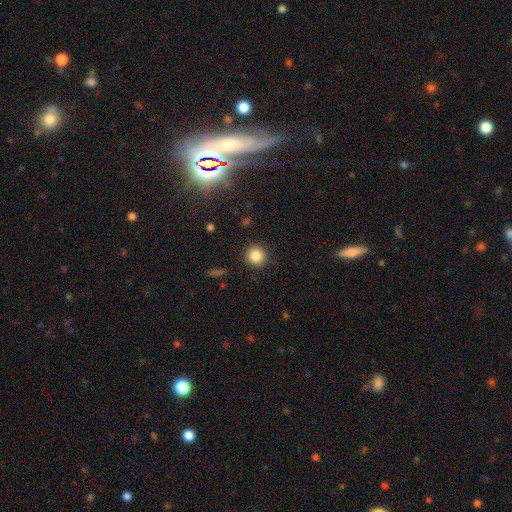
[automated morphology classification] Smooth or featured? smooth (84%)
How rounded? round (93%)
Merging? none (90%)